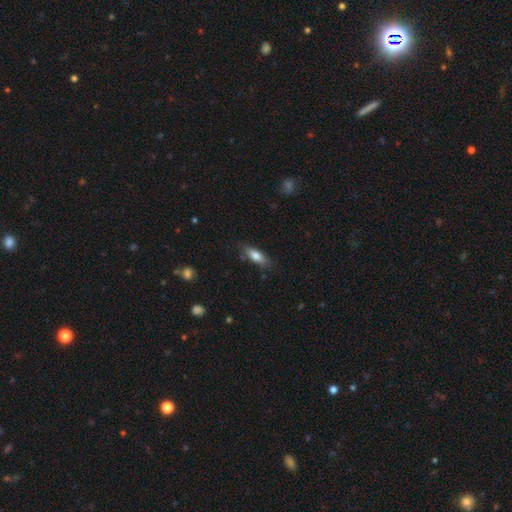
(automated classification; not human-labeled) Q: Smooth or featured?
A: smooth (72%); runner-up: featured or disk (21%)
Q: How rounded?
A: in between (59%); runner-up: cigar-shaped (39%)
Q: Merging?
A: none (80%); runner-up: minor disturbance (15%)